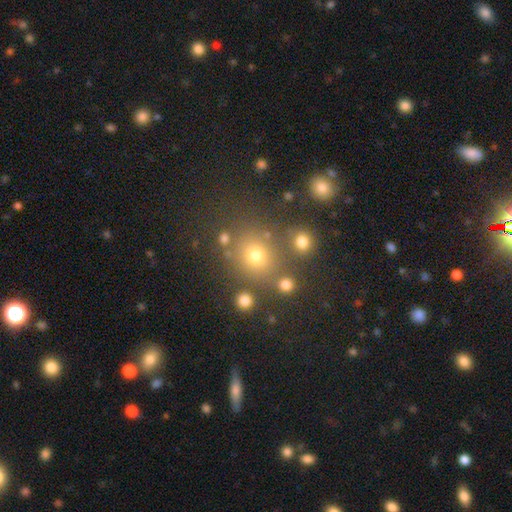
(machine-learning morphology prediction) The model was most divided on "smooth or featured": smooth: 71%, star or artifact: 20%, featured or disk: 9%. More confident: how rounded — round (80%); merging — none (74%).